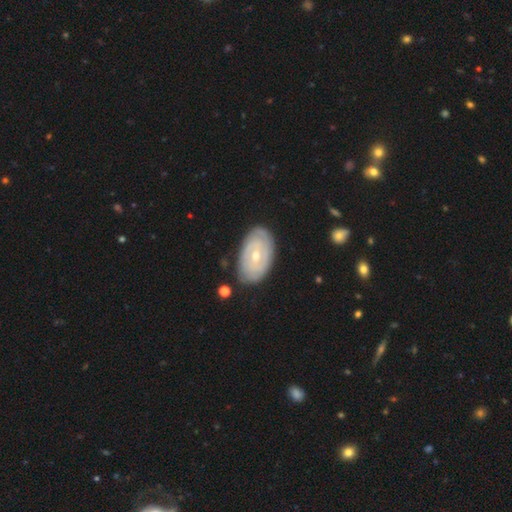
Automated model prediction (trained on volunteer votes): Q: Smooth or featured?
A: featured or disk (75%); runner-up: smooth (20%)
Q: Edge-on disk?
A: no (95%); runner-up: yes (5%)
Q: Bar?
A: no (55%); runner-up: weak (36%)
Q: Spiral arms?
A: yes (81%); runner-up: no (19%)
Q: Spiral winding?
A: tight (80%); runner-up: medium (15%)
Q: Spiral arm count?
A: can't tell (46%); runner-up: 2 (33%)
Q: Bulge size?
A: moderate (52%); runner-up: small (45%)
Q: Merging?
A: none (81%); runner-up: minor disturbance (14%)